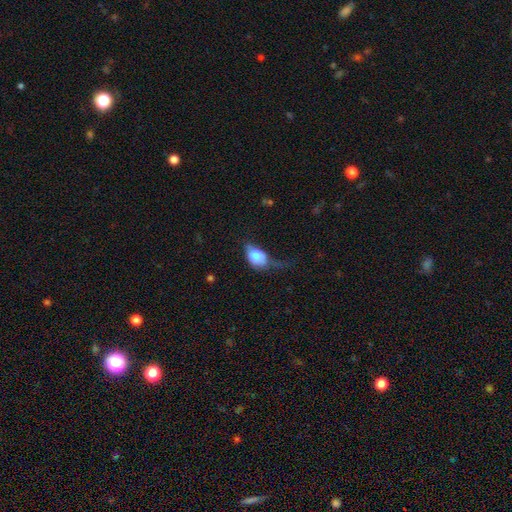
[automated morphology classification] The model was most divided on "merging": minor disturbance: 34%, major disturbance: 33%, none: 28%, merger: 4%. More confident: how rounded — in between (74%); smooth or featured — smooth (71%).